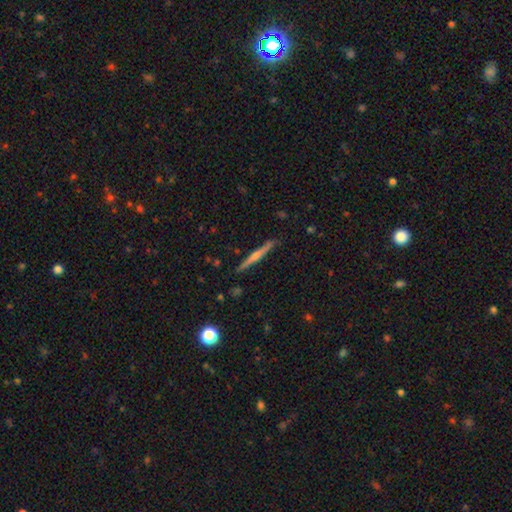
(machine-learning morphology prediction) The model was most divided on "smooth or featured": featured or disk: 69%, smooth: 25%, star or artifact: 7%. More confident: edge-on disk — yes (98%); merging — none (90%); edge-on bulge — rounded (72%).